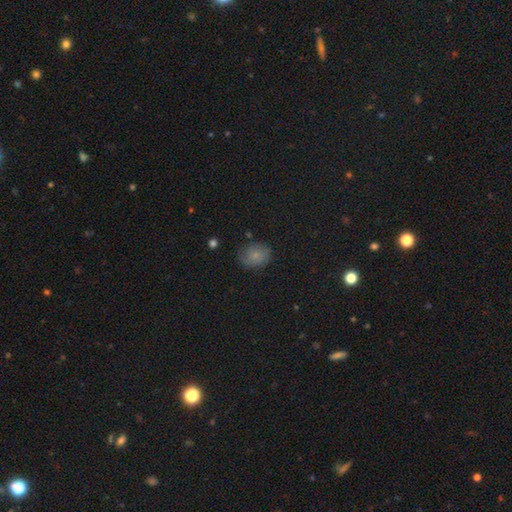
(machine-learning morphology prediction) Smooth or featured?
  - smooth: 76% *
  - featured or disk: 13%
  - star or artifact: 11%
How rounded?
  - round: 52% *
  - in between: 47%
  - cigar-shaped: 1%
Merging?
  - none: 68% *
  - minor disturbance: 24%
  - major disturbance: 6%
  - merger: 2%